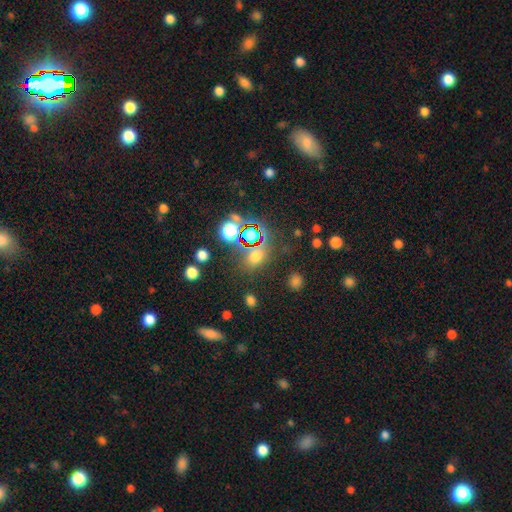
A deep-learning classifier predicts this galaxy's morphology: Smooth or featured? smooth (53%)
How rounded? in between (50%)
Merging? none (71%)